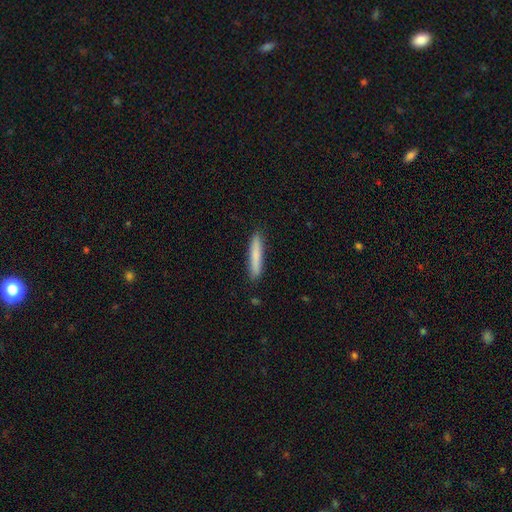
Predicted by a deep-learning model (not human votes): A smooth galaxy with no disk features (79%) that is cigar-shaped (94%).

Vote fractions:
- Smooth or featured? smooth: 79% / featured or disk: 16% / star or artifact: 6%
- How rounded? cigar-shaped: 94% / in between: 5% / round: 1%
- Merging? none: 90% / minor disturbance: 7% / major disturbance: 1% / merger: 1%